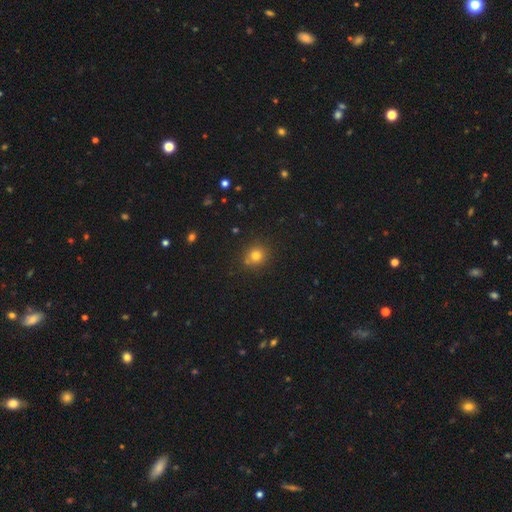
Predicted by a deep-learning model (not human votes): A smooth galaxy with no disk features (79%) that is round (86%). Merging: none (78%).